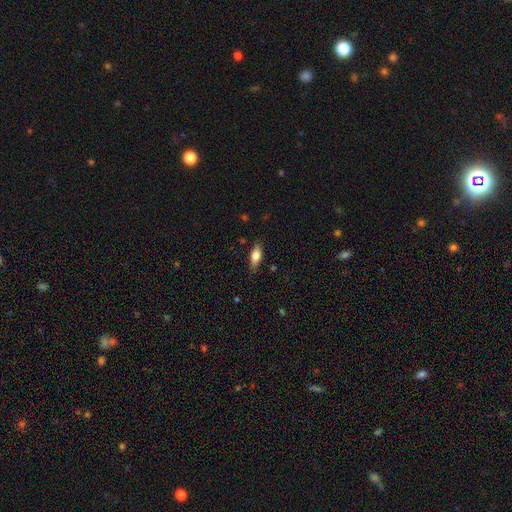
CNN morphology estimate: This appears to be a smooth galaxy with no disk features (70%) that is in between round and cigar-shaped (73%). Merging: none (82%).